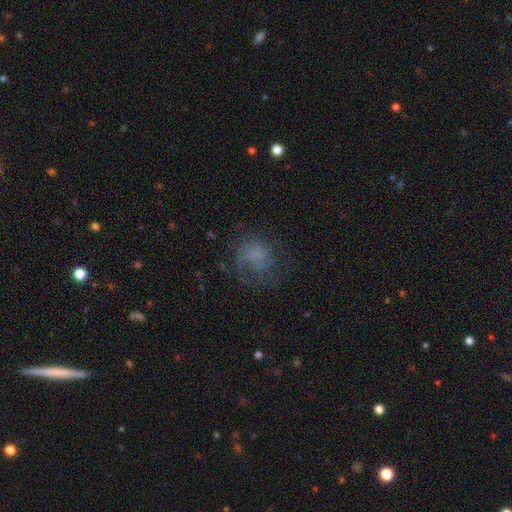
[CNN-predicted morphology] Smooth or featured? Predicted: smooth (p=0.46). Merging? Predicted: none (p=0.53).